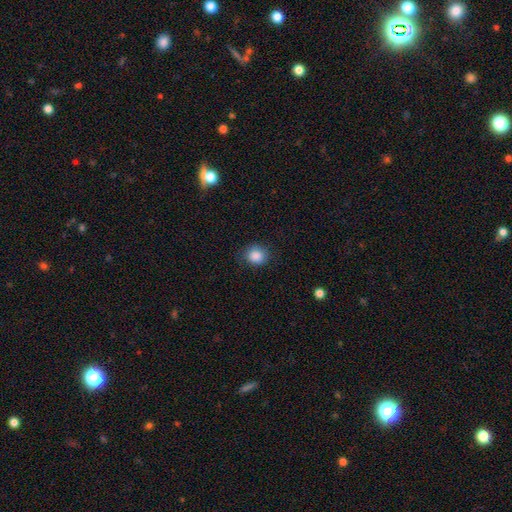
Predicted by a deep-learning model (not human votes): Smooth or featured? Predicted: smooth (p=0.87). How rounded? Predicted: round (p=0.78). Merging? Predicted: none (p=0.83).